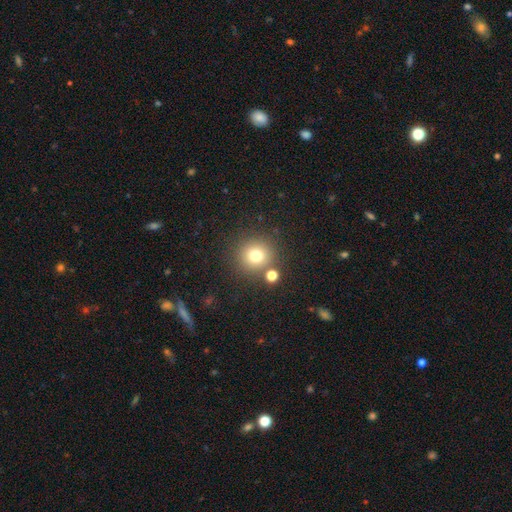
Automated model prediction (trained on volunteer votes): Smooth or featured? Predicted: smooth (p=0.75). How rounded? Predicted: round (p=0.93). Merging? Predicted: none (p=0.80).